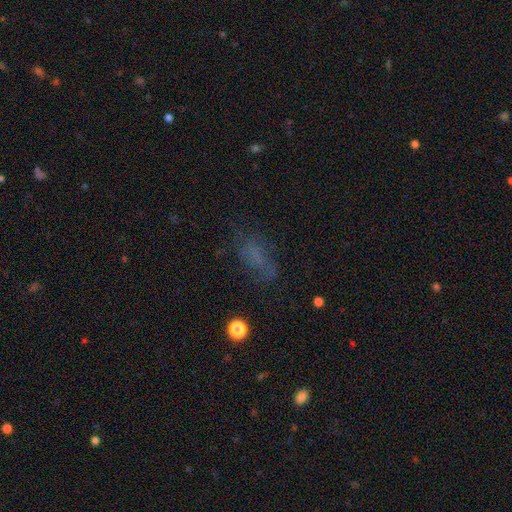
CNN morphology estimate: Smooth or featured? smooth (53%)
How rounded? in between (79%)
Merging? none (56%)